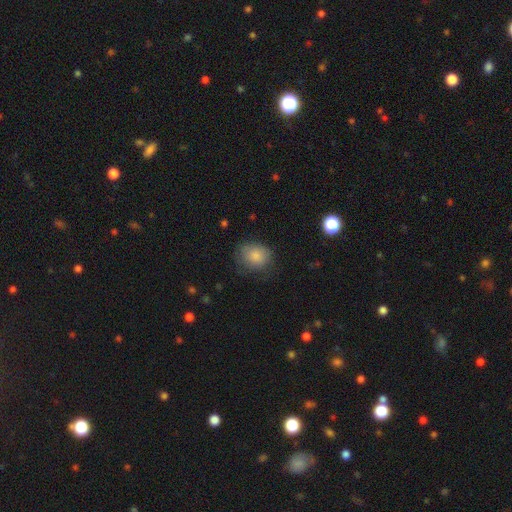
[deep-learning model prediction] Smooth or featured? smooth (82%)
How rounded? round (64%)
Merging? none (67%)